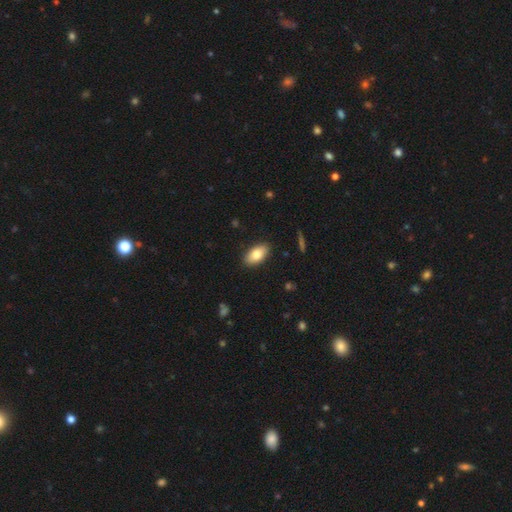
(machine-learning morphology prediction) Q: Smooth or featured?
A: smooth (80%); runner-up: featured or disk (13%)
Q: How rounded?
A: in between (92%); runner-up: cigar-shaped (5%)
Q: Merging?
A: none (89%); runner-up: minor disturbance (8%)